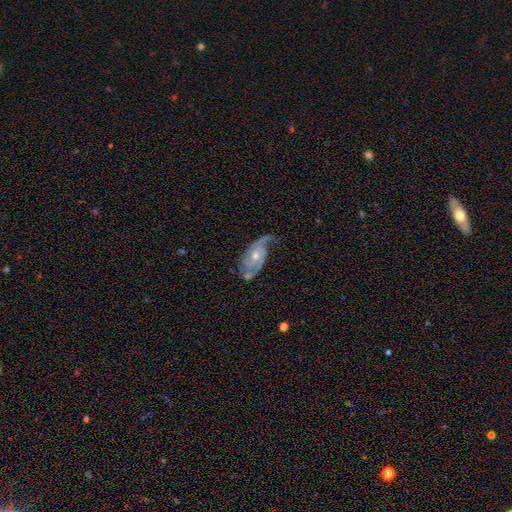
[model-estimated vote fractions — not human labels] The model was most divided on "spiral winding": medium: 45%, tight: 36%, loose: 19%. More confident: spiral arms — yes (96%); edge-on disk — no (95%); smooth or featured — featured or disk (88%); spiral arm count — 2 (75%); bar — no (68%); merging — none (60%); bulge size — moderate (57%).